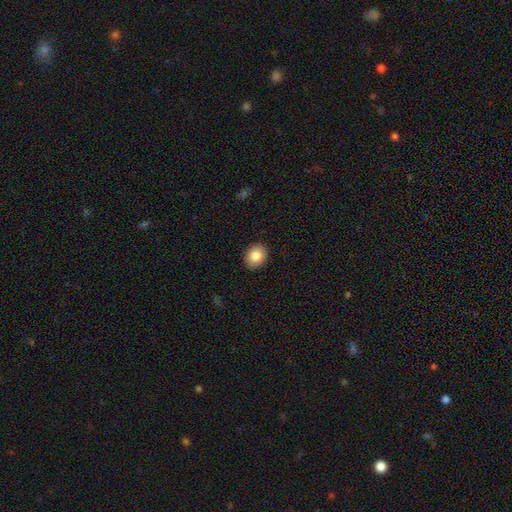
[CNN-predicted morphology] type=smooth (85%); roundness=round (56%); merging=none (90%).